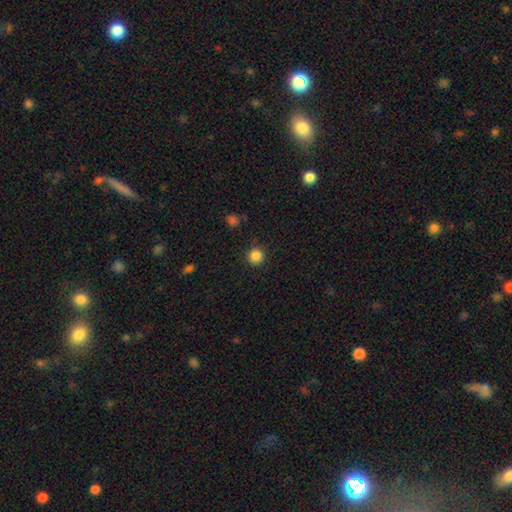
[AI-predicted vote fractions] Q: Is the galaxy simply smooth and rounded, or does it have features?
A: smooth — 86%.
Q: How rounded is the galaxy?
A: round — 94%.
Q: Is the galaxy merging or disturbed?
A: none — 90%.